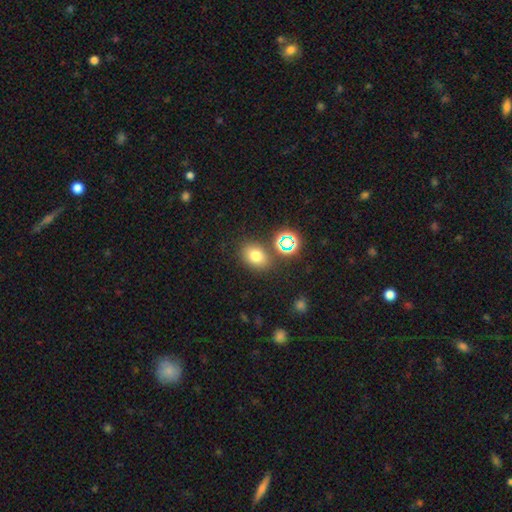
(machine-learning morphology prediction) The model was most divided on "how rounded": in between: 61%, round: 38%, cigar-shaped: 1%. More confident: merging — none (77%); smooth or featured — smooth (72%).